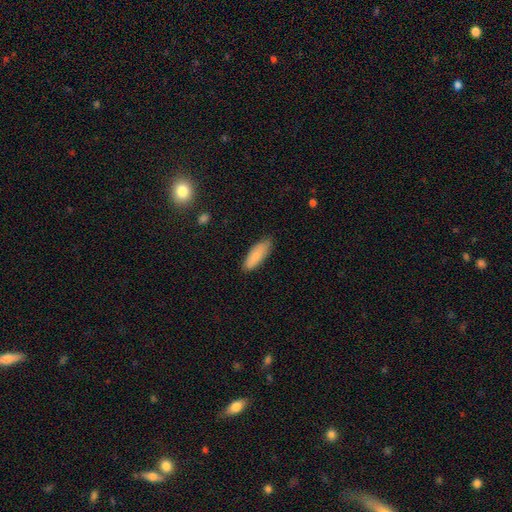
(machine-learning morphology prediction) smooth-or-featured: smooth: 84% | featured or disk: 10% | star or artifact: 6%
  how-rounded: in between: 61% | cigar-shaped: 37% | round: 2%
  merging: none: 82% | minor disturbance: 14% | major disturbance: 2% | merger: 1%